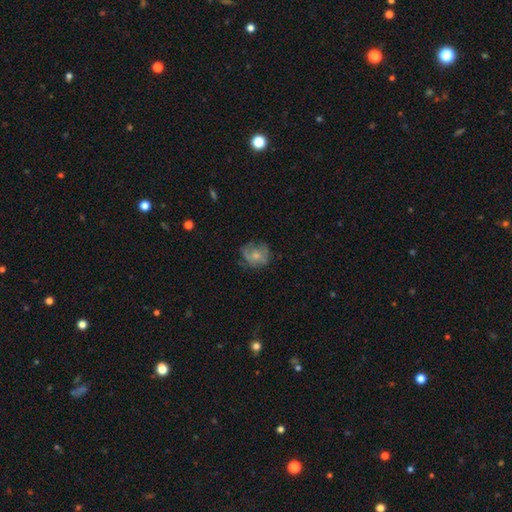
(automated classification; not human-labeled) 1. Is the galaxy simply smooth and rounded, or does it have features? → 56% smooth, 36% featured or disk, 9% star or artifact.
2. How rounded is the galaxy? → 63% round, 36% in between, 1% cigar-shaped.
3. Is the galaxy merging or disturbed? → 54% none, 28% minor disturbance, 17% major disturbance, 2% merger.